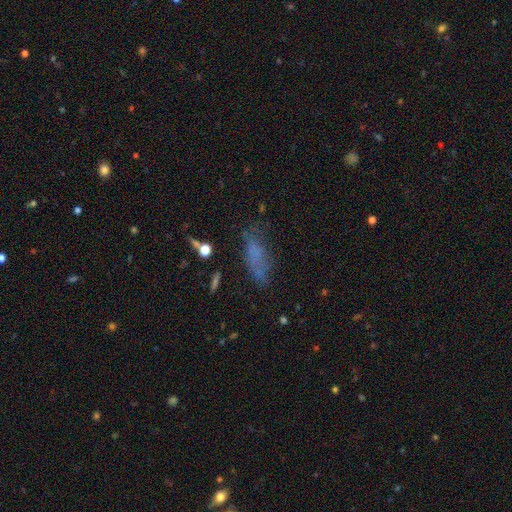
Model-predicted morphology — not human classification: smooth 60%, featured or disk 23%, star or artifact 17%. Down the decision tree: how rounded — in between (63%); merging — none (54%).